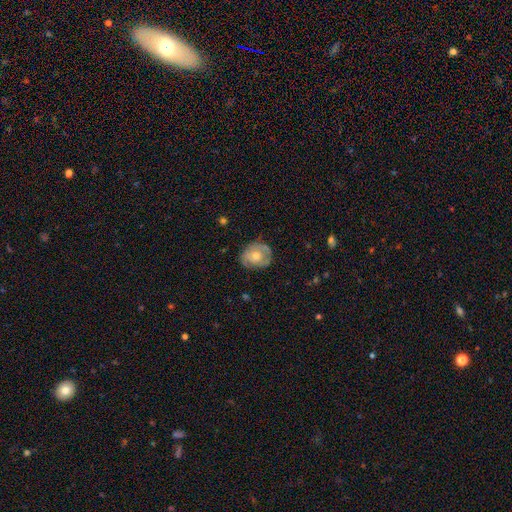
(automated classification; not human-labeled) Overall: featured or disk (52%; smooth 40%). Edge-on disk: no (96%). Bar: no (82%). Spiral arms: yes (57%; no 43%). Bulge size: moderate (64%; small 28%). Merging: none (71%).